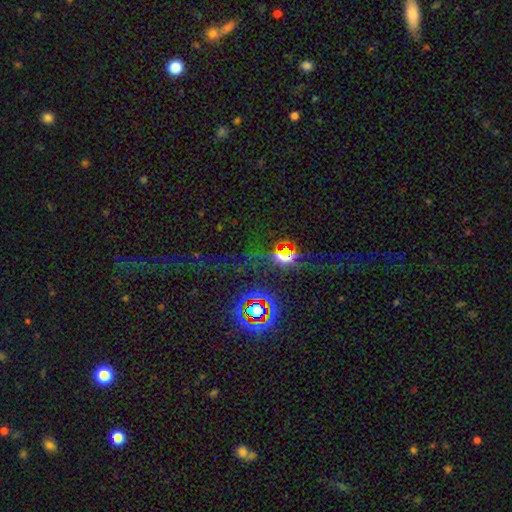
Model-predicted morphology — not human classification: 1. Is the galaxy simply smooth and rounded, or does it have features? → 69% star or artifact, 16% smooth, 16% featured or disk.